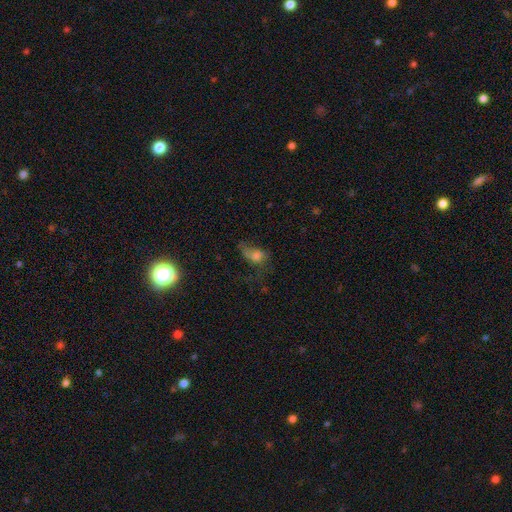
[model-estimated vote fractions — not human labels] Smooth or featured? Predicted: smooth (p=0.51). How rounded? Predicted: in between (p=0.74). Merging? Predicted: major disturbance (p=0.41).